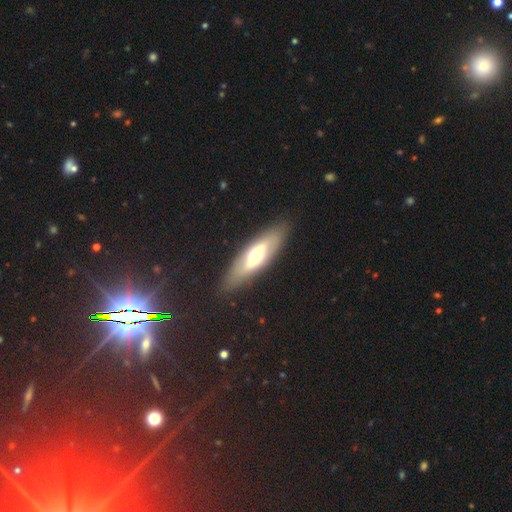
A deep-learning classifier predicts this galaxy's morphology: The model was most divided on "smooth or featured" (2-way tie): featured or disk: 47%, smooth: 47%, star or artifact: 6%. More confident: merging — none (85%).